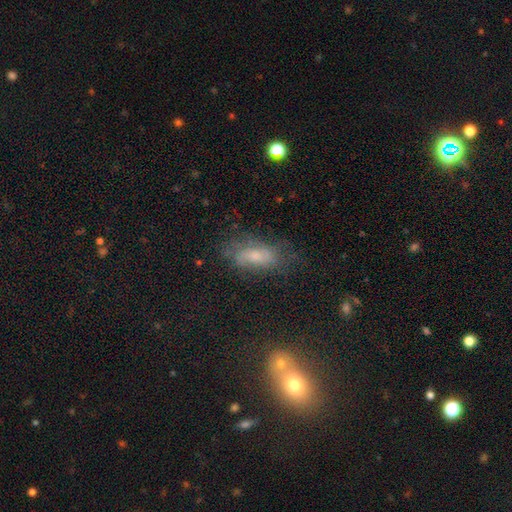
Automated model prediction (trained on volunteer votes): Smooth or featured? smooth (44%)
Merging? none (58%)